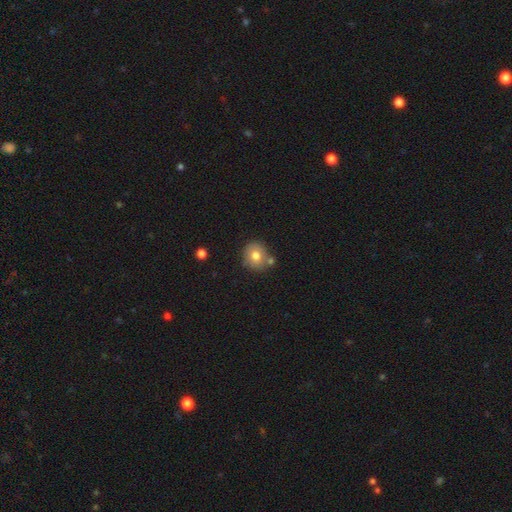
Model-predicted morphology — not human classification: Smooth or featured?
  - smooth: 76% *
  - featured or disk: 14%
  - star or artifact: 10%
How rounded?
  - round: 81% *
  - in between: 18%
  - cigar-shaped: 1%
Merging?
  - none: 69% *
  - merger: 15%
  - minor disturbance: 12%
  - major disturbance: 3%